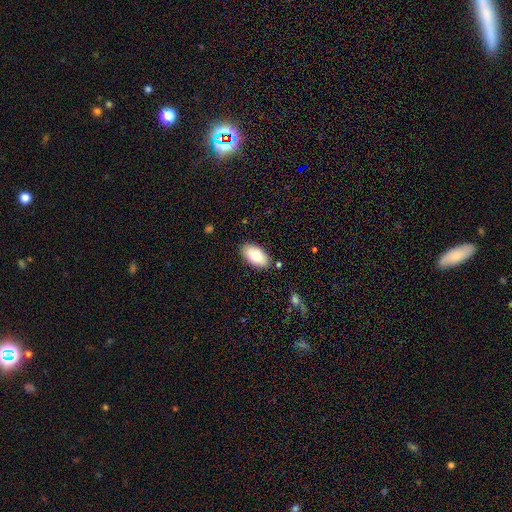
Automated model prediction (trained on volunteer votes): This is likely a smooth galaxy (79%). How rounded: clearly in between (95%). Merging: clearly none (86%).